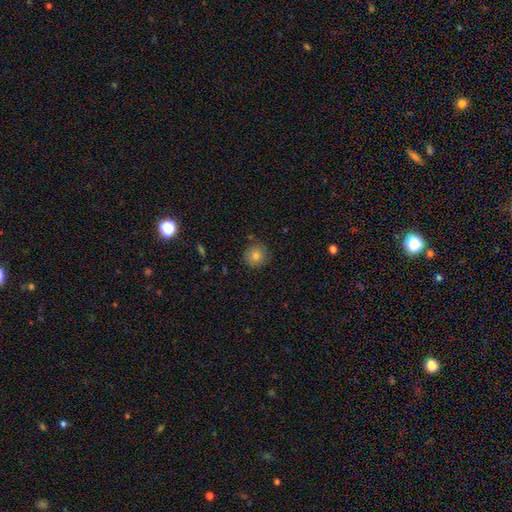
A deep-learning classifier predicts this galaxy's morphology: smooth-or-featured: smooth: 79% | star or artifact: 12% | featured or disk: 9%
  how-rounded: round: 94% | in between: 5% | cigar-shaped: 1%
  merging: none: 87% | minor disturbance: 9% | major disturbance: 2% | merger: 2%